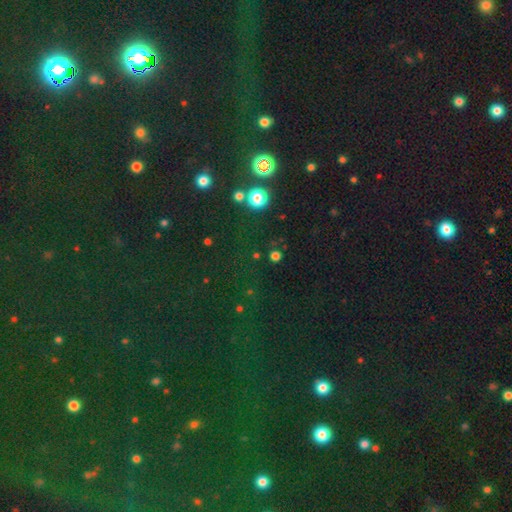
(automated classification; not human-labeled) Smooth or featured: star or artifact — 57% (smooth — 35%)